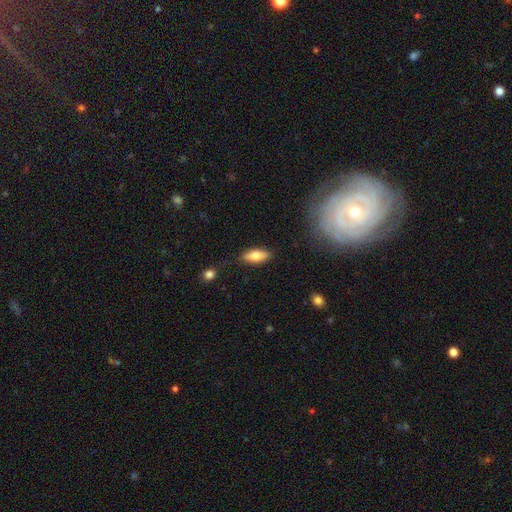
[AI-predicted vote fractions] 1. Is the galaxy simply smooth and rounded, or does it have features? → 72% smooth, 21% featured or disk, 7% star or artifact.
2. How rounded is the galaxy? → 76% in between, 21% cigar-shaped, 3% round.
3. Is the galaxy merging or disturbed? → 83% none, 12% minor disturbance, 3% major disturbance, 2% merger.